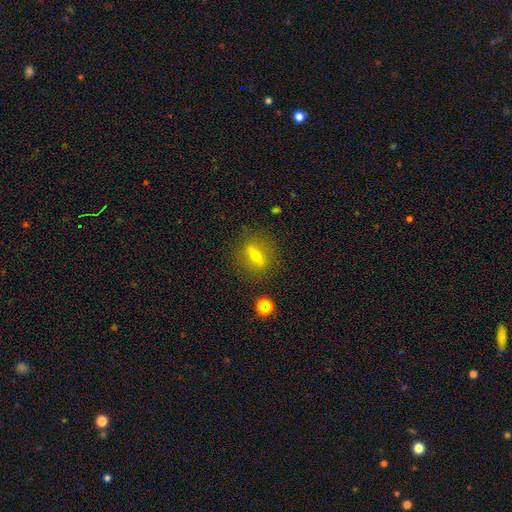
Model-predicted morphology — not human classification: Smooth or featured: featured or disk — 53% (smooth — 35%)
Edge-on disk: yes — 57% (no — 43%)
Merging: none — 84% (minor disturbance — 10%)